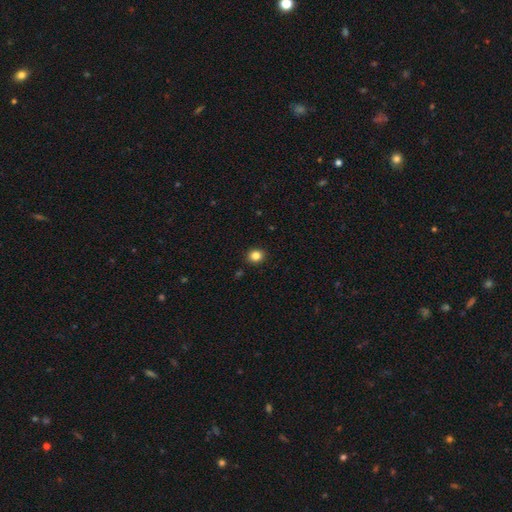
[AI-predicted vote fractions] This is clearly a smooth galaxy (83%). How rounded: likely round (75%). Merging: clearly none (91%).